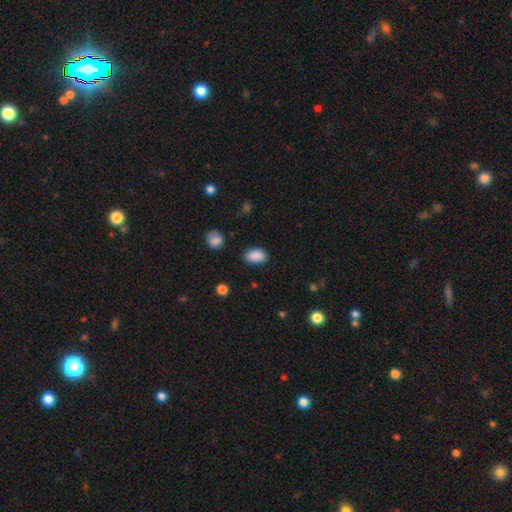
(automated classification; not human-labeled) This appears to be a smooth galaxy with no disk features (88%) that is in between round and cigar-shaped (88%). Merging: none (81%).